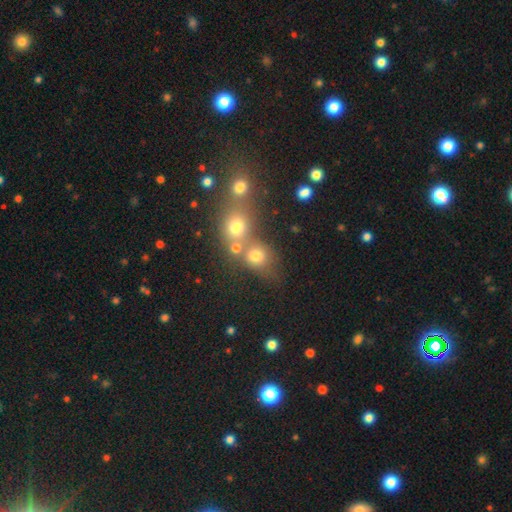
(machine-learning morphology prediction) A smooth galaxy with no disk features (71%) that is round (78%). Merging: none (45%).